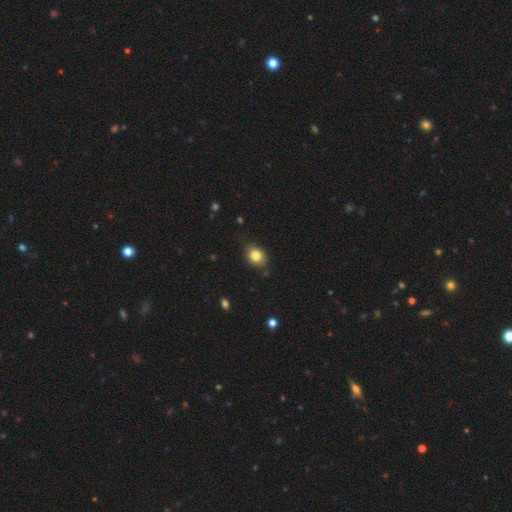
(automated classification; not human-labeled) Smooth or featured? Predicted: smooth (p=0.81). How rounded? Predicted: in between (p=0.65). Merging? Predicted: none (p=0.77).